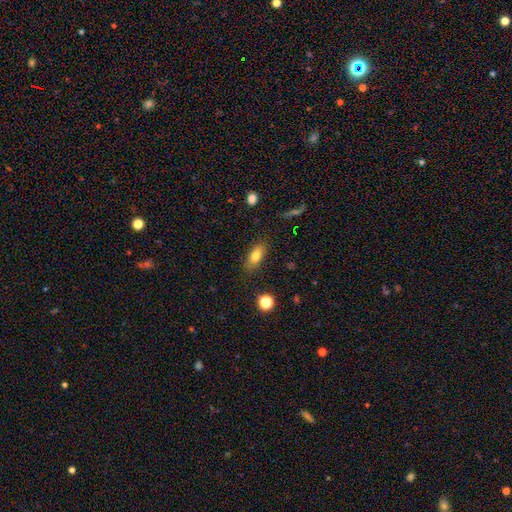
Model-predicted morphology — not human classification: Smooth or featured?
  - smooth: 78% *
  - featured or disk: 13%
  - star or artifact: 9%
How rounded?
  - in between: 81% *
  - cigar-shaped: 13%
  - round: 6%
Merging?
  - none: 84% *
  - minor disturbance: 11%
  - major disturbance: 3%
  - merger: 2%